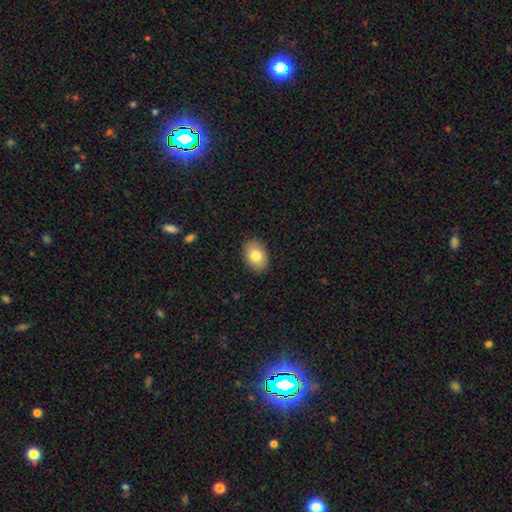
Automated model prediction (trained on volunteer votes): Smooth or featured?
  - smooth: 81% *
  - featured or disk: 12%
  - star or artifact: 7%
How rounded?
  - in between: 78% *
  - round: 21%
  - cigar-shaped: 1%
Merging?
  - none: 89% *
  - minor disturbance: 8%
  - major disturbance: 2%
  - merger: 1%